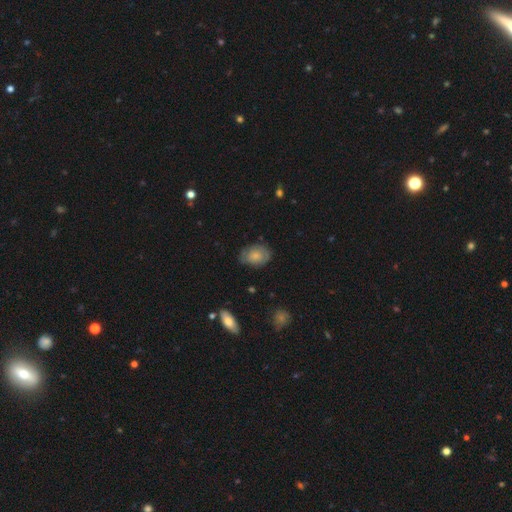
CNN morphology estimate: Q: Smooth or featured?
A: smooth (64%); runner-up: featured or disk (28%)
Q: How rounded?
A: in between (78%); runner-up: round (21%)
Q: Merging?
A: none (69%); runner-up: minor disturbance (23%)